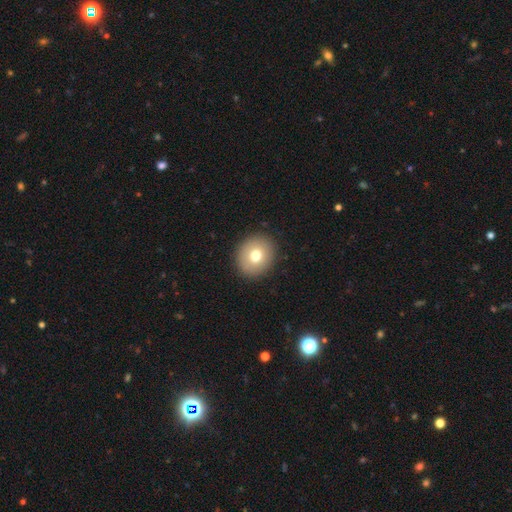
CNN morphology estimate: Q: Smooth or featured?
A: smooth (73%); runner-up: featured or disk (17%)
Q: How rounded?
A: round (77%); runner-up: in between (22%)
Q: Merging?
A: none (90%); runner-up: minor disturbance (7%)